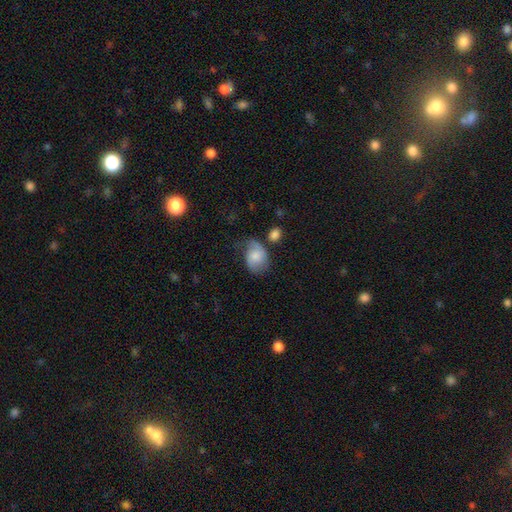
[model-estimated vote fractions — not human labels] Smooth or featured? smooth (62%)
How rounded? in between (75%)
Merging? none (43%)